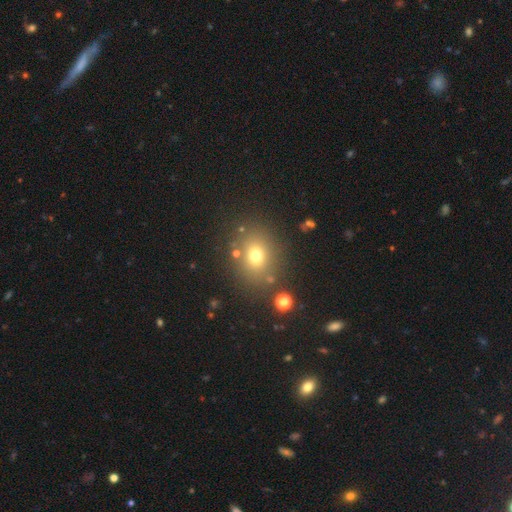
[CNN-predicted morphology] This is likely a smooth galaxy (70%). How rounded: likely round (63%). Merging: clearly none (81%).